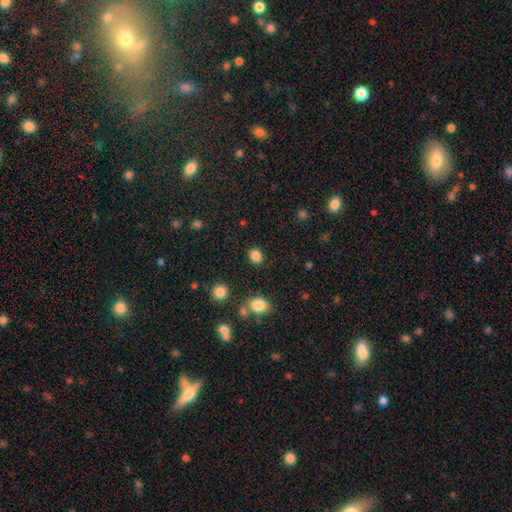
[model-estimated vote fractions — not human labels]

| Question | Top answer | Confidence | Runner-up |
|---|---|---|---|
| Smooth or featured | smooth | 85% | star or artifact (12%) |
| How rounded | round | 52% | in between (47%) |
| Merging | none | 85% | minor disturbance (9%) |